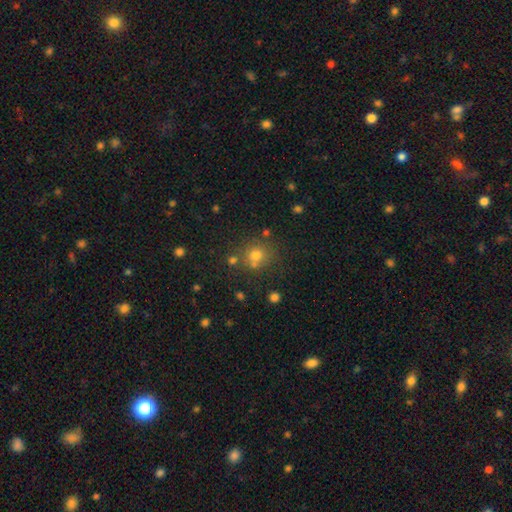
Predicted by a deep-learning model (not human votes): Overall: smooth (70%). How rounded: round (84%). Merging: none (67%).